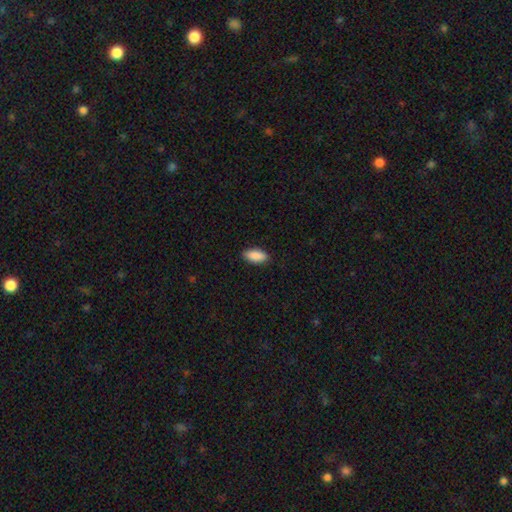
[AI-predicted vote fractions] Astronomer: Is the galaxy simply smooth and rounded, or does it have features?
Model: smooth — 89%.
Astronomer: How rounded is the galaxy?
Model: in between — 88%.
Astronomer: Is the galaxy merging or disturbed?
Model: none — 88%.